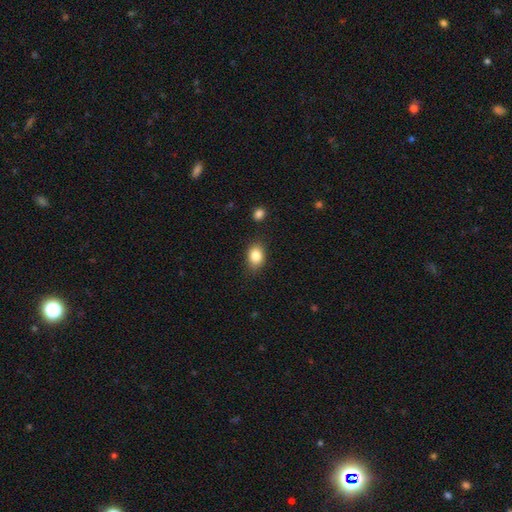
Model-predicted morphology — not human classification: Overall: smooth (84%). How rounded: in between (70%). Merging: none (83%).